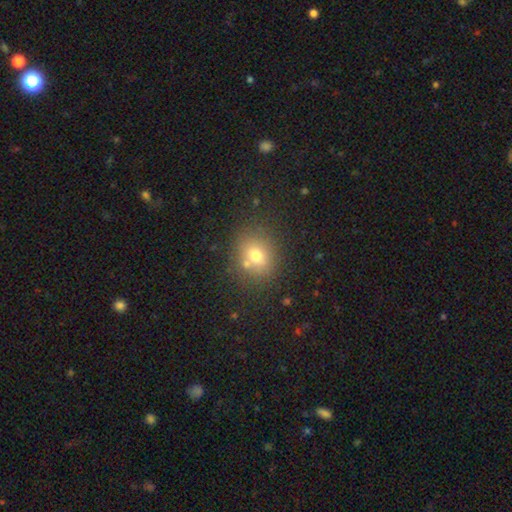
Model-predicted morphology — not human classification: This is likely a smooth galaxy (71%). How rounded: likely round (68%). Merging: likely none (72%).